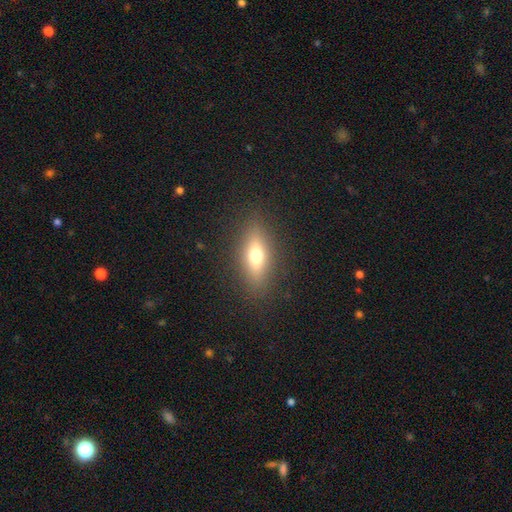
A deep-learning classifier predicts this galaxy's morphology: This appears to be a smooth galaxy with no disk features (61%) that is in between round and cigar-shaped (62%). Merging: none (87%).